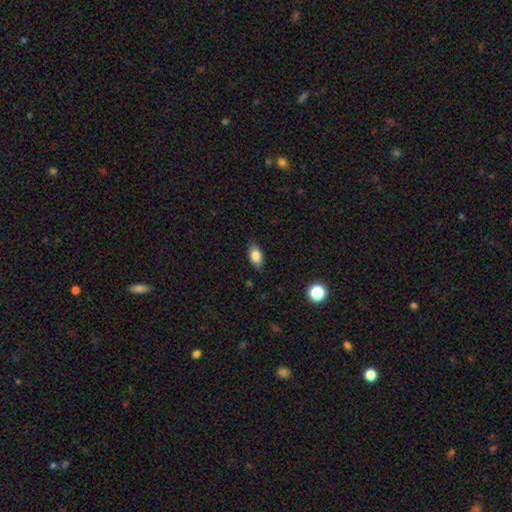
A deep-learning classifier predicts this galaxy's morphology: This appears to be a smooth galaxy with no disk features (82%) that is in between round and cigar-shaped (89%). Merging: none (85%).